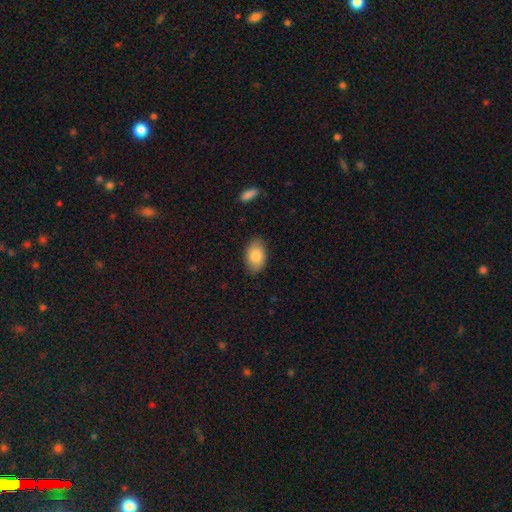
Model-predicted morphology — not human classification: The model was most divided on "merging": none: 83%, minor disturbance: 14%, major disturbance: 3%, merger: 1%. More confident: how rounded — in between (90%); smooth or featured — smooth (83%).